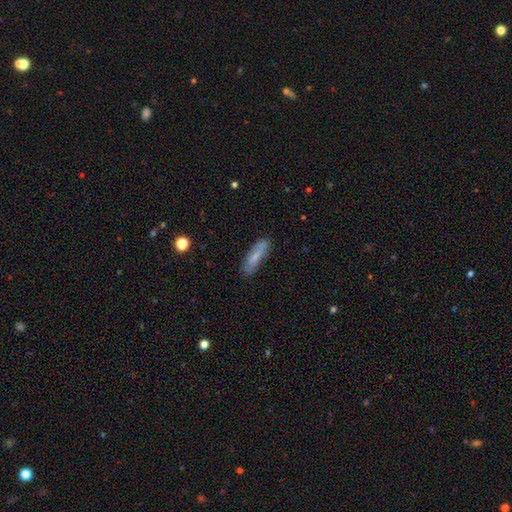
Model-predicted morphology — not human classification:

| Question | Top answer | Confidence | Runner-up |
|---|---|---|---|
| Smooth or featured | smooth | 68% | featured or disk (25%) |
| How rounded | cigar-shaped | 62% | in between (36%) |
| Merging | none | 80% | minor disturbance (15%) |